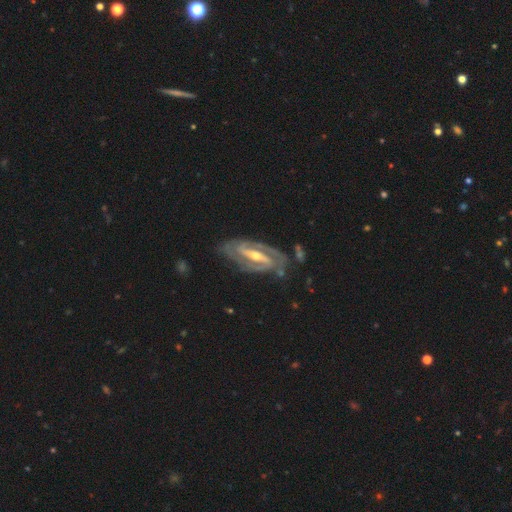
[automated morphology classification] This is clearly a featured or disk galaxy (91%). It is clearly not viewed edge-on (94%). Bar: likely strong (63%). Spiral arm pattern: clearly yes (97%). Spiral arm count: clearly 2 (87%). Spiral winding: possibly tight (47%). Central bulge: possibly moderate (54%). Merging: likely none (75%).